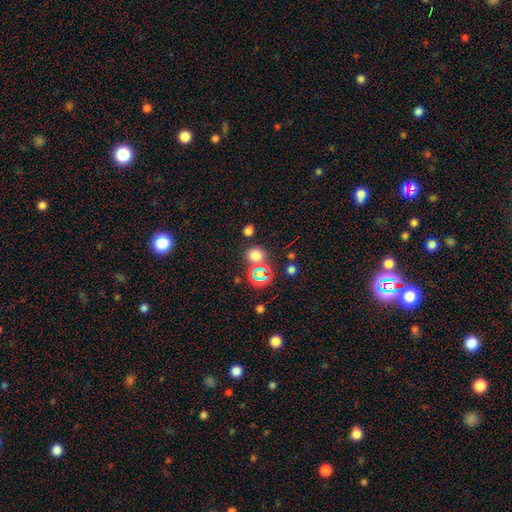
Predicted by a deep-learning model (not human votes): This is likely a smooth galaxy (65%). How rounded: clearly round (82%). Merging: likely none (75%).